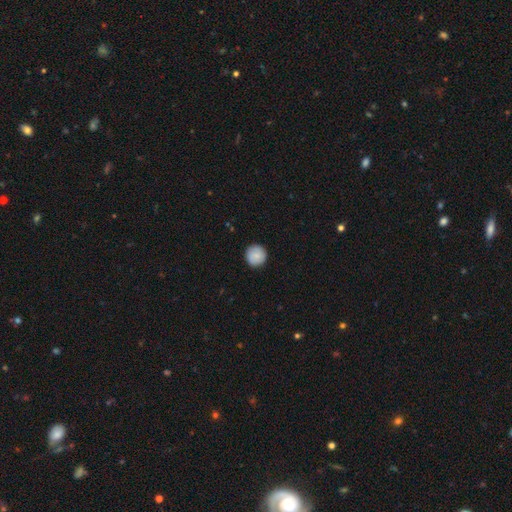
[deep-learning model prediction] Q: Smooth or featured?
A: smooth (83%); runner-up: featured or disk (11%)
Q: How rounded?
A: round (95%); runner-up: in between (4%)
Q: Merging?
A: none (90%); runner-up: minor disturbance (7%)